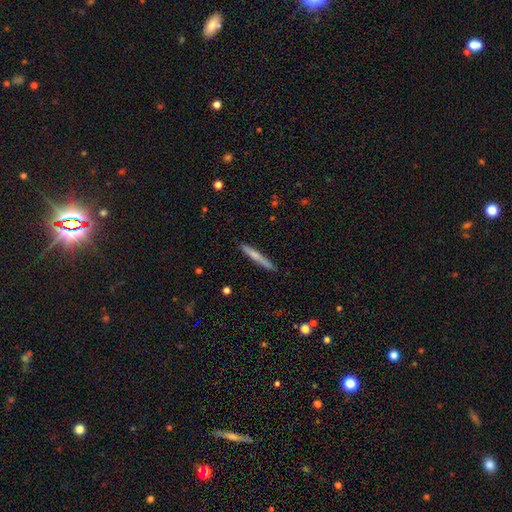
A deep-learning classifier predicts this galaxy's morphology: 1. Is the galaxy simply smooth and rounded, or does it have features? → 60% smooth, 34% featured or disk, 6% star or artifact.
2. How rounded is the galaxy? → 96% cigar-shaped, 3% in between, 1% round.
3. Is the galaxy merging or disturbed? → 89% none, 8% minor disturbance, 1% major disturbance, 1% merger.